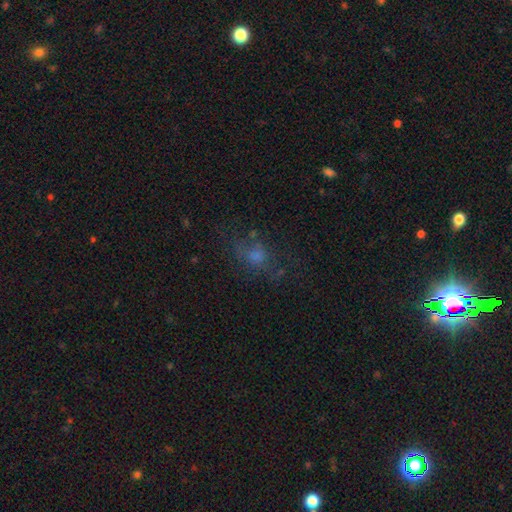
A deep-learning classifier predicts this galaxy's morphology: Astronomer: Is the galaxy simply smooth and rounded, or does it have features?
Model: smooth — 46% (runner-up: featured or disk, 27%).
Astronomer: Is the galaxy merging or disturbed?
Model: none — 54%.